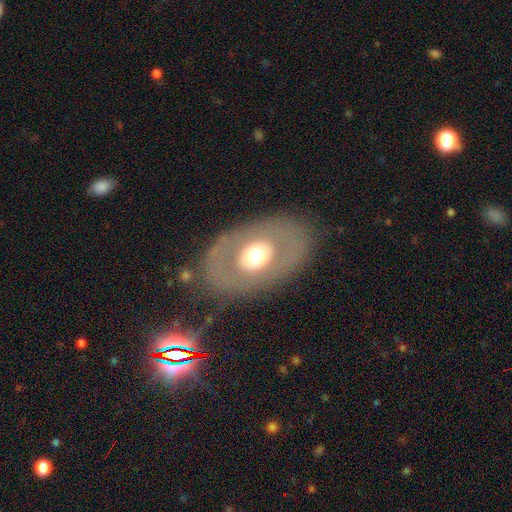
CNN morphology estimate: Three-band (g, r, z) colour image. It shows a featured or disk galaxy (49%). Merging: none (81%).